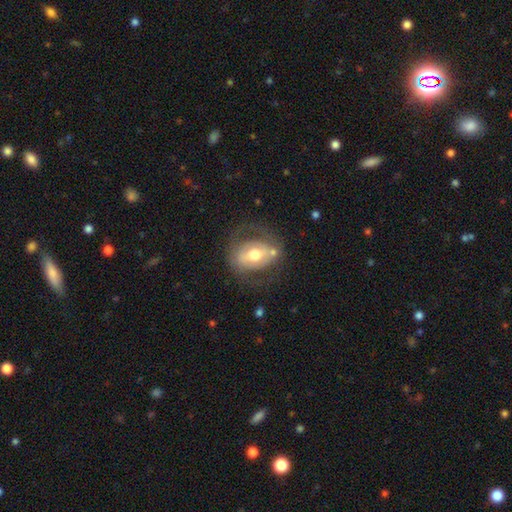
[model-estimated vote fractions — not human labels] Morphology: type=featured or disk (59%); edge-on=no (93%); bar=no (38%); spiral arms=no (57%); bulge=moderate (69%); merging=none (56%).